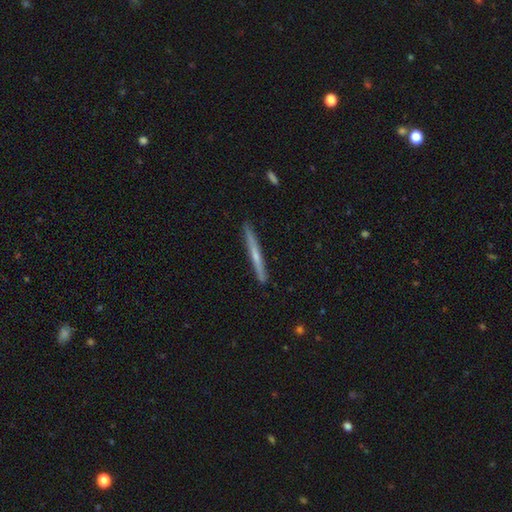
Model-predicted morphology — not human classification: smooth_or_featured: featured or disk (p=0.52) [alt: smooth p=0.42]
disk_edge_on: yes (p=0.97) [alt: no p=0.03]
edge_on_bulge: none (p=0.60) [alt: rounded p=0.35]
merging: none (p=0.91) [alt: minor disturbance p=0.07]